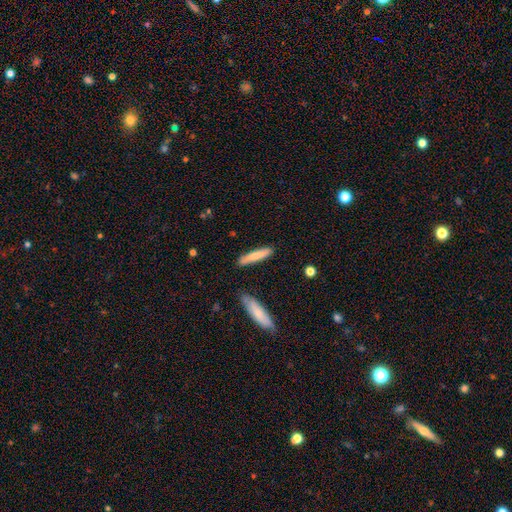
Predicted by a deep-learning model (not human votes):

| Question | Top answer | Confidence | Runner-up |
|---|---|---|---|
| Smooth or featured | smooth | 73% | featured or disk (22%) |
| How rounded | cigar-shaped | 89% | in between (10%) |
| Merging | none | 85% | minor disturbance (10%) |